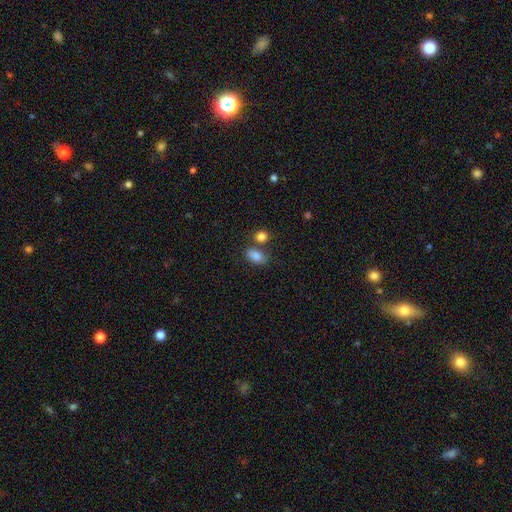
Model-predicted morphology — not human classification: smooth_or_featured: smooth (p=0.84) [alt: star or artifact p=0.09]
how_rounded: in between (p=0.87) [alt: round p=0.11]
merging: none (p=0.61) [alt: merger p=0.22]